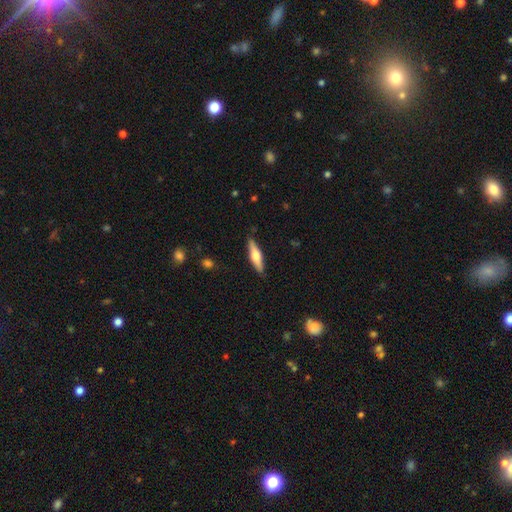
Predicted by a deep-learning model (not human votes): Smooth or featured? Predicted: featured or disk (p=0.52). Edge-on disk? Predicted: yes (p=0.95). Merging? Predicted: none (p=0.88).